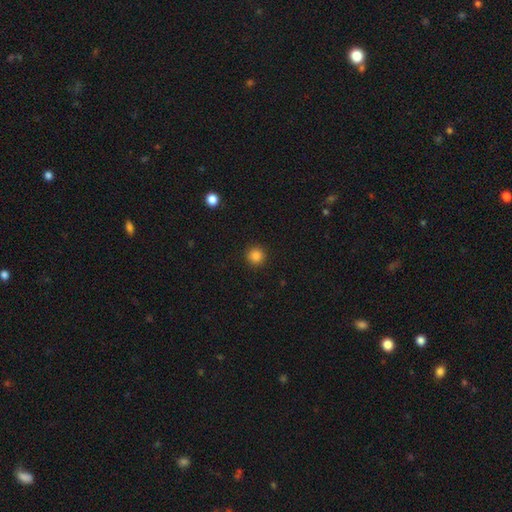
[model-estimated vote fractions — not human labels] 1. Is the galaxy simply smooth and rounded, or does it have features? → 85% smooth, 11% star or artifact, 4% featured or disk.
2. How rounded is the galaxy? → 95% round, 4% in between, 1% cigar-shaped.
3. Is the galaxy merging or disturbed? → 92% none, 5% minor disturbance, 2% major disturbance, 1% merger.